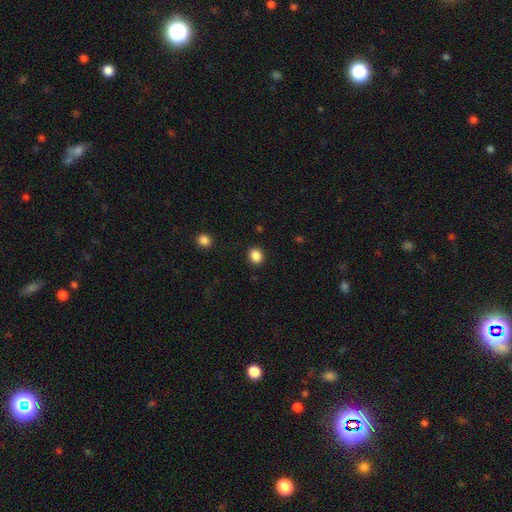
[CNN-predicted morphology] Smooth or featured? smooth (87%)
How rounded? round (62%)
Merging? none (90%)